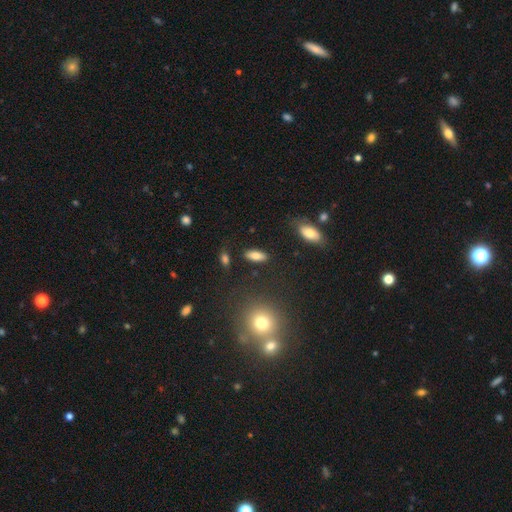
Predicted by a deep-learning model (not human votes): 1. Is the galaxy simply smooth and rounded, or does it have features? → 79% smooth, 12% featured or disk, 8% star or artifact.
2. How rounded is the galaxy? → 78% in between, 19% cigar-shaped, 3% round.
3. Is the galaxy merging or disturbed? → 85% none, 9% minor disturbance, 3% major disturbance, 2% merger.